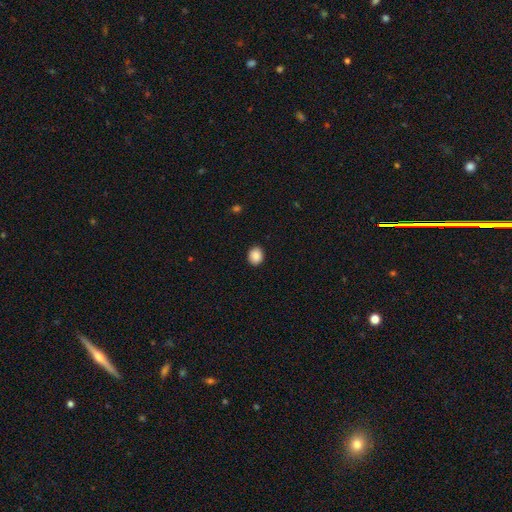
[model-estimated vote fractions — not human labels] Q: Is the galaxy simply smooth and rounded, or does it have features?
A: smooth — 88%.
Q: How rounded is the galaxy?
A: round — 66%.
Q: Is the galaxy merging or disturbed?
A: none — 91%.